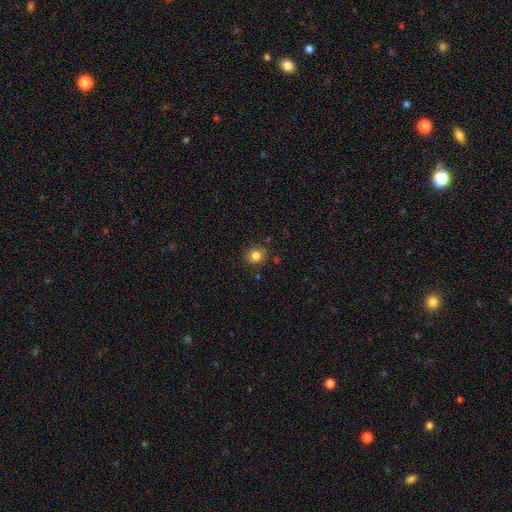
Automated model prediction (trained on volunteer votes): This is clearly a smooth galaxy (83%). How rounded: clearly round (83%). Merging: clearly none (85%).